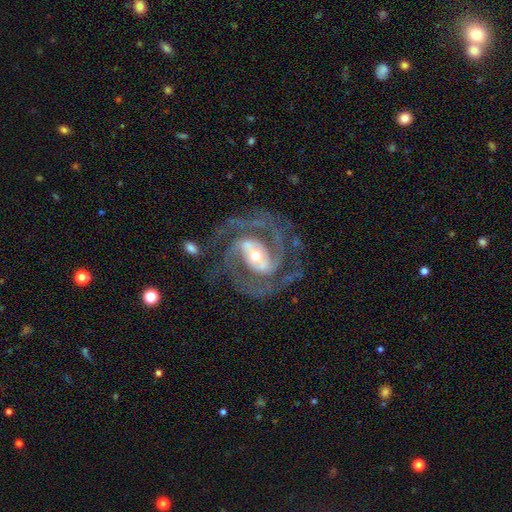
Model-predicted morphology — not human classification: A featured or disk galaxy (93%) with a strong bar (37%), 2 (62%) medium (49%) spiral arms (98%) and a moderate central bulge (58%).

Vote fractions:
- Smooth or featured? featured or disk: 93% / star or artifact: 4% / smooth: 3%
- Edge-on disk? no: 98% / yes: 2%
- Bar? strong: 37% / weak: 34% / no: 29%
- Spiral arms? yes: 98% / no: 2%
- Spiral winding? medium: 49% / tight: 43% / loose: 8%
- Spiral arm count? 2: 62% / 3: 22% / can't tell: 5% / 4: 5% / 1: 3% / more than 4: 3%
- Bulge size? moderate: 58% / small: 32% / large: 7% / dominant: 1% / none: 1%
- Merging? none: 72% / minor disturbance: 15% / major disturbance: 11% / merger: 3%